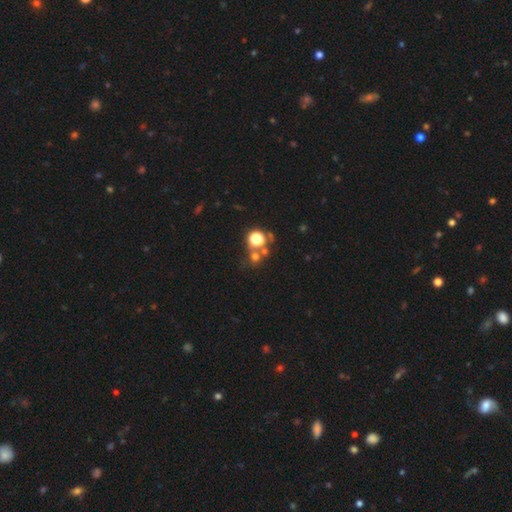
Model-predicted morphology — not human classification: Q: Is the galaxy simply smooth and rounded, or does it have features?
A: smooth — 48%.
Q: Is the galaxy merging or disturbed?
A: none — 62%.